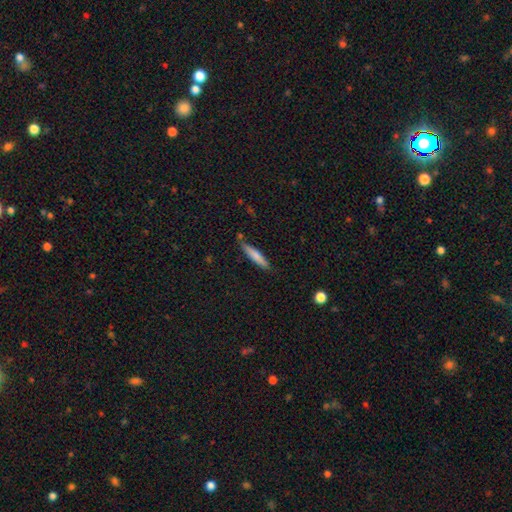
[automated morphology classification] Smooth or featured? Predicted: smooth (p=0.73). How rounded? Predicted: cigar-shaped (p=0.90). Merging? Predicted: none (p=0.78).